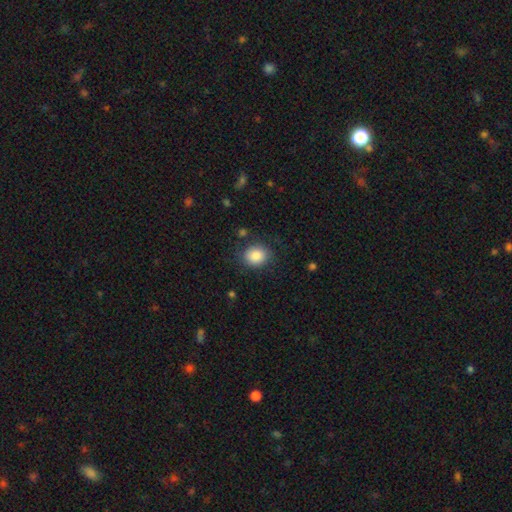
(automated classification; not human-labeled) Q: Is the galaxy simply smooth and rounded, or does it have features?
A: smooth — 87%.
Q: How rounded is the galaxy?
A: round — 63%.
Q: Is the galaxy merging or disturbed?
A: none — 80%.